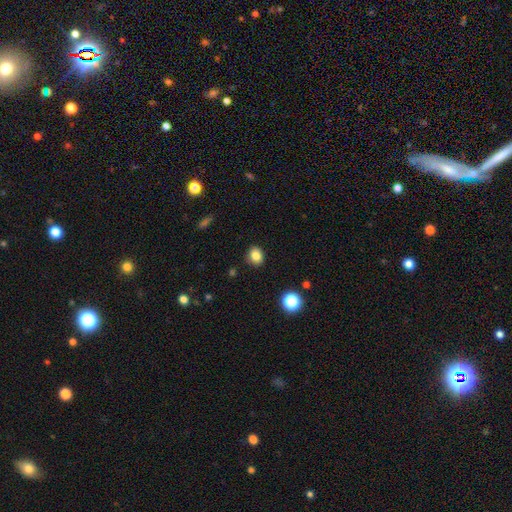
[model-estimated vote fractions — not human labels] A smooth galaxy with no disk features (83%) that is round (60%).

Vote fractions:
- Smooth or featured? smooth: 83% / star or artifact: 11% / featured or disk: 6%
- How rounded? round: 60% / in between: 39% / cigar-shaped: 1%
- Merging? none: 87% / minor disturbance: 9% / major disturbance: 2% / merger: 1%